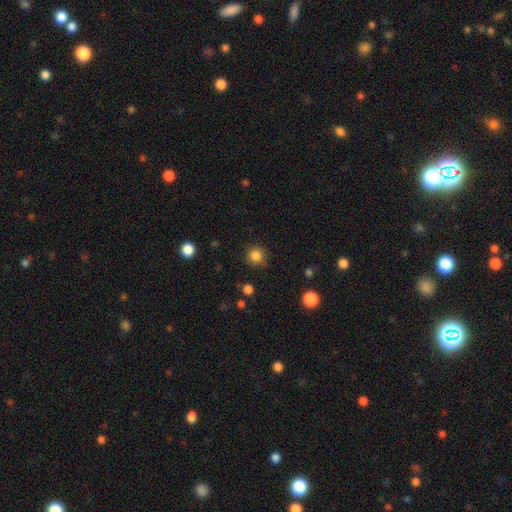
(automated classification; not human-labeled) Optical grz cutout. It shows a smooth galaxy with no disk features (84%) that is round (94%). Merging: none (87%).